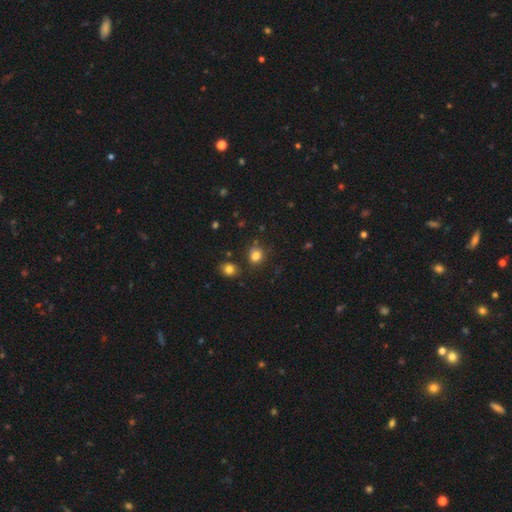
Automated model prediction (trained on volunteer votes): smooth_or_featured: smooth (p=0.81) [alt: star or artifact p=0.13]
how_rounded: round (p=0.72) [alt: in between p=0.27]
merging: none (p=0.75) [alt: minor disturbance p=0.13]